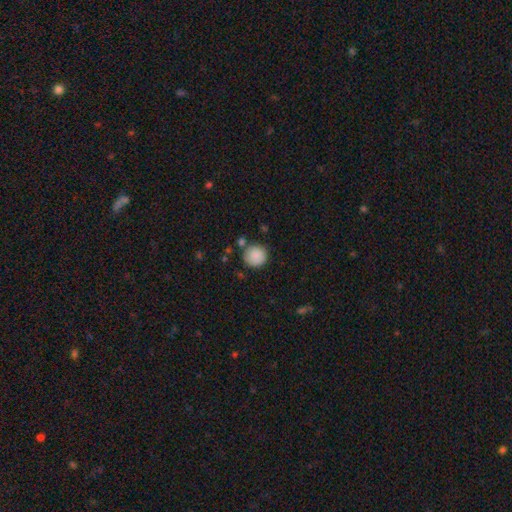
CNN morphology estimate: type=smooth (88%); roundness=round (92%); merging=none (77%).